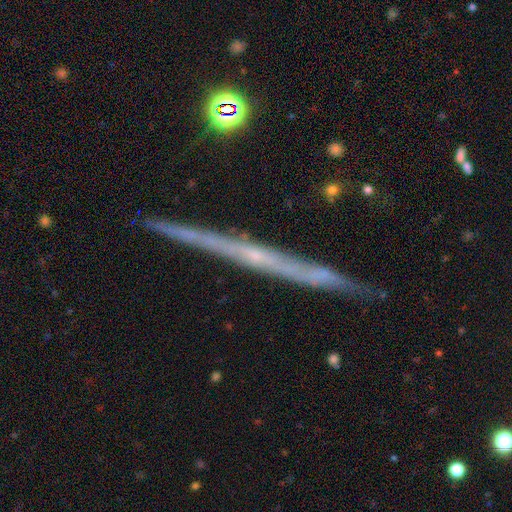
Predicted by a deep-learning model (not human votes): Morphology: type=featured or disk (77%); edge-on=yes (98%); edge-on bulge=none (61%); merging=none (90%).